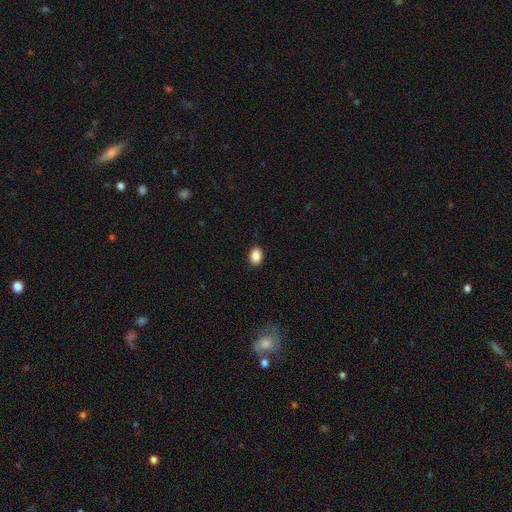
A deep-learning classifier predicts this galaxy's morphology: smooth_or_featured: smooth (p=0.88) [alt: star or artifact p=0.09]
how_rounded: in between (p=0.71) [alt: round p=0.28]
merging: none (p=0.90) [alt: minor disturbance p=0.07]